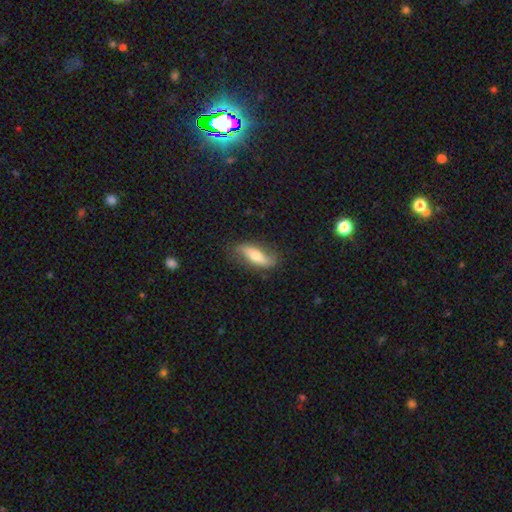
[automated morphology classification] Overall: featured or disk (48%; smooth 46%). Merging: none (74%).